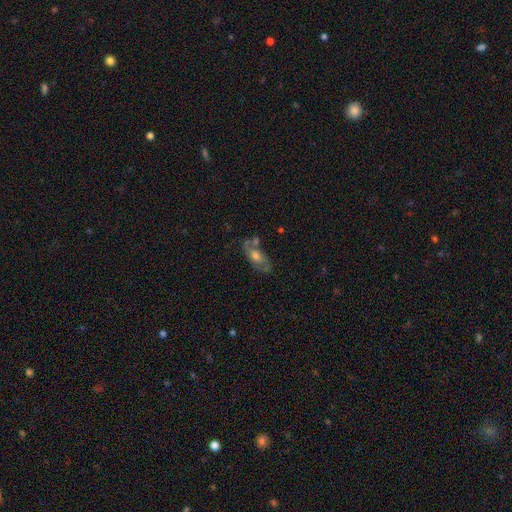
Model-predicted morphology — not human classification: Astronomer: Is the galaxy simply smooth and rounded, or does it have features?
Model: featured or disk — 55% (runner-up: smooth, 37%).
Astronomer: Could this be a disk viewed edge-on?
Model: no — 85%.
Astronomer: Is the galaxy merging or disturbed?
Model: none — 57%.